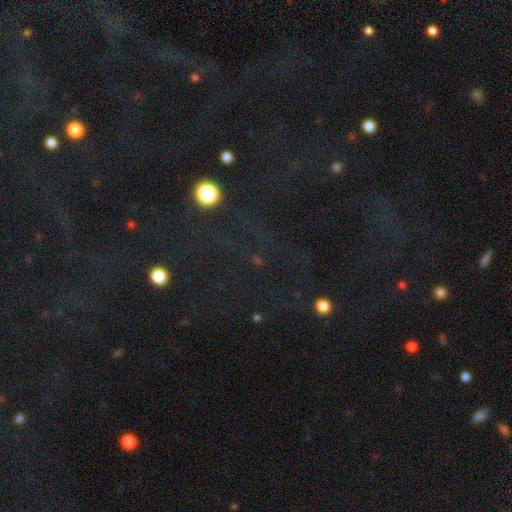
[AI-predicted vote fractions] This is likely a star or artifact rather than a galaxy (71%).